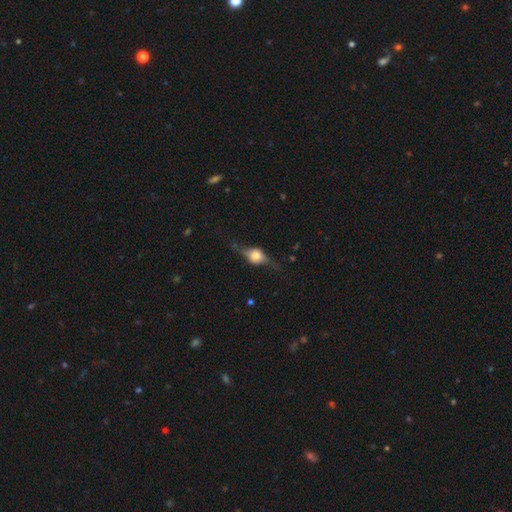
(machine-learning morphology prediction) smooth_or_featured: featured or disk (p=0.69) [alt: smooth p=0.23]
disk_edge_on: yes (p=0.91) [alt: no p=0.09]
edge_on_bulge: rounded (p=0.92) [alt: boxy p=0.07]
merging: none (p=0.71) [alt: minor disturbance p=0.18]